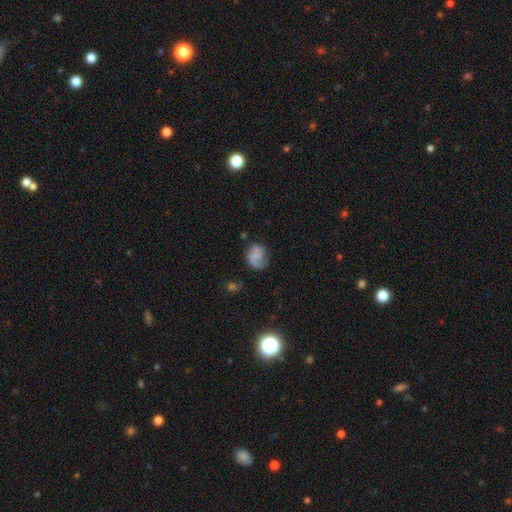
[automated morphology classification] The model was most divided on "smooth or featured": featured or disk: 49%, smooth: 41%, star or artifact: 10%. More confident: merging — none (57%).